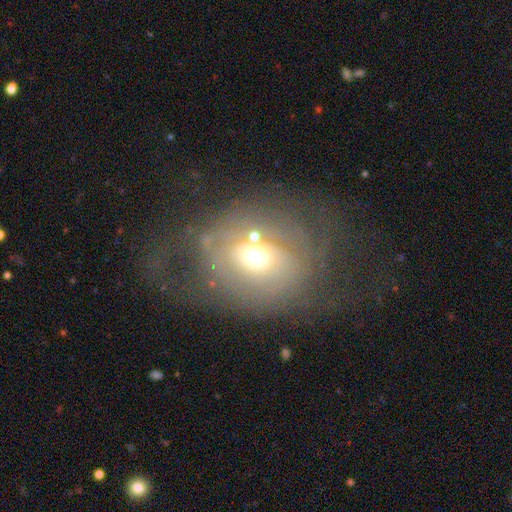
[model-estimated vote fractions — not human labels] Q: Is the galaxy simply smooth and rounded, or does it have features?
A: featured or disk — 53%.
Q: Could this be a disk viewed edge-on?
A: no — 95%.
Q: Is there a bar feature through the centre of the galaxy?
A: no — 81%.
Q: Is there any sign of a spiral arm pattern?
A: no — 56%.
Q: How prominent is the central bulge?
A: moderate — 64%.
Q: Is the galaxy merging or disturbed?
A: none — 40%.